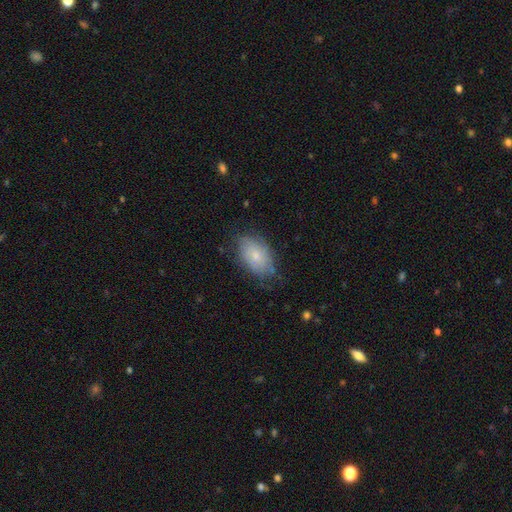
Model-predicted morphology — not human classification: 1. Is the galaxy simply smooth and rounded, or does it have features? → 72% smooth, 21% featured or disk, 7% star or artifact.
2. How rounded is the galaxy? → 90% in between, 8% round, 1% cigar-shaped.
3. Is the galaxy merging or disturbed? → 69% none, 24% minor disturbance, 6% major disturbance, 2% merger.